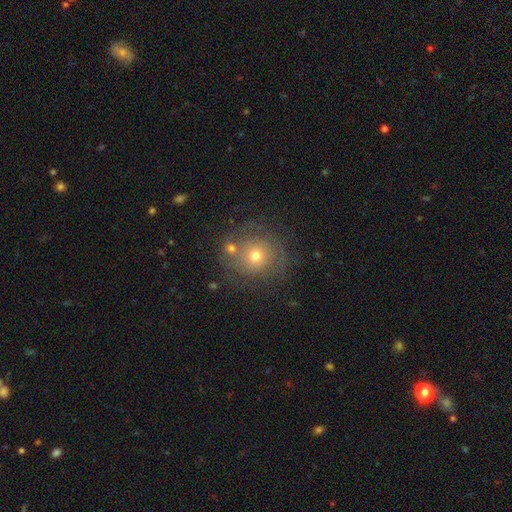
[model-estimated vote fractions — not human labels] smooth_or_featured: smooth (p=0.47) [alt: featured or disk p=0.38]
merging: none (p=0.68) [alt: minor disturbance p=0.15]